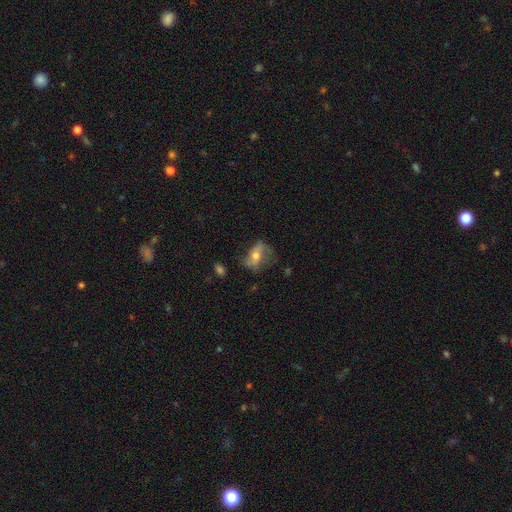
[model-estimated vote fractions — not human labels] A featured or disk galaxy (47%). Merging: none (50%).